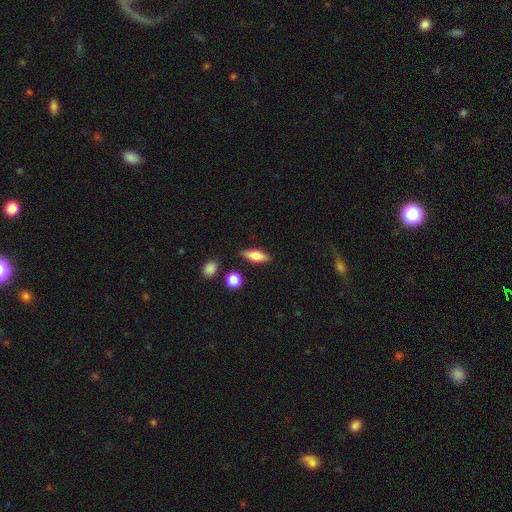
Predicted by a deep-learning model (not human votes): smooth-or-featured: smooth: 61% | featured or disk: 31% | star or artifact: 8%
  how-rounded: in between: 59% | cigar-shaped: 37% | round: 5%
  merging: none: 84% | minor disturbance: 11% | merger: 3% | major disturbance: 3%